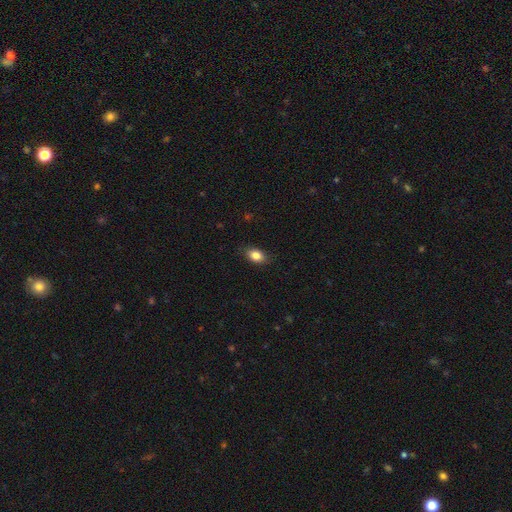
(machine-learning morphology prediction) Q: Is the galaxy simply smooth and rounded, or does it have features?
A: smooth — 84%.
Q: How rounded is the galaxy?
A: in between — 82%.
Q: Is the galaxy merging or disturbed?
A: none — 84%.